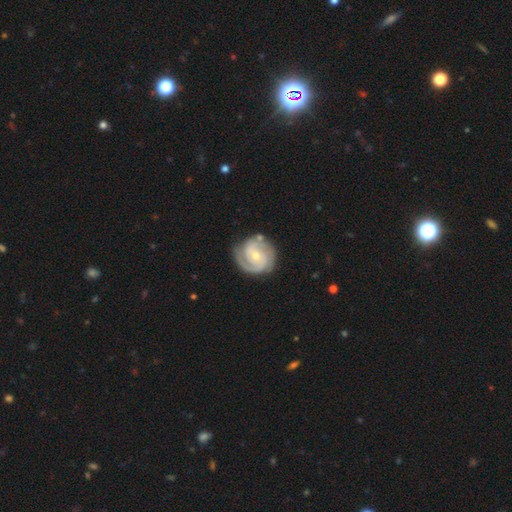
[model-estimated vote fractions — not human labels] Overall: featured or disk (85%). Edge-on disk: no (98%). Bar: no (58%; weak 34%). Spiral arms: yes (96%). Spiral arm count: 2 (61%). Spiral winding: tight (66%; medium 28%). Bulge size: small (51%; moderate 45%). Merging: none (75%).